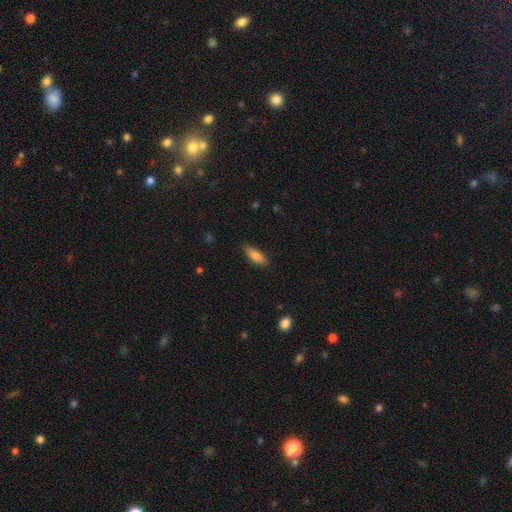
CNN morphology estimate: smooth 80%, featured or disk 13%, star or artifact 7%. Down the decision tree: how rounded — in between (62%); merging — none (79%).